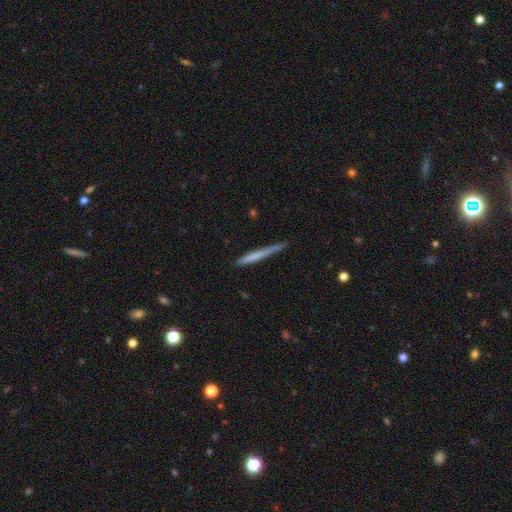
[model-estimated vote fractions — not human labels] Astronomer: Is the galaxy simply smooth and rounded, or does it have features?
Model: smooth — 60%.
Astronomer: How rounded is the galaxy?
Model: cigar-shaped — 97%.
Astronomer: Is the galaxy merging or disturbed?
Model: none — 80%.